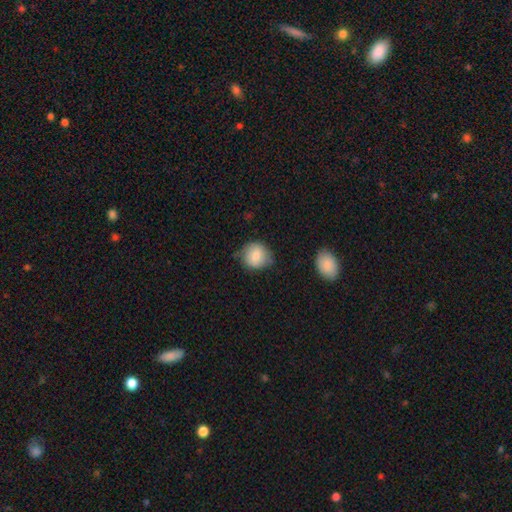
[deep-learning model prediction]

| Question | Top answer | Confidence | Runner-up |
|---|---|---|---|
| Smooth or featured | smooth | 80% | featured or disk (12%) |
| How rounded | round | 83% | in between (16%) |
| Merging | none | 70% | minor disturbance (23%) |